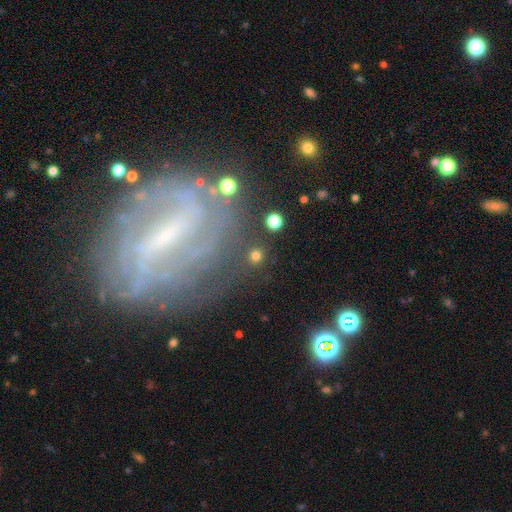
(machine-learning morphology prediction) This appears to be a smooth galaxy with no disk features (80%) that is round (92%). Merging: none (88%).